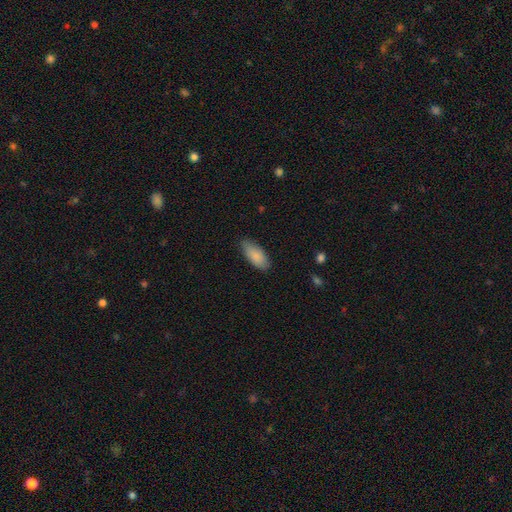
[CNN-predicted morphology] A smooth galaxy with no disk features (87%) that is in between round and cigar-shaped (86%). Merging: none (81%).